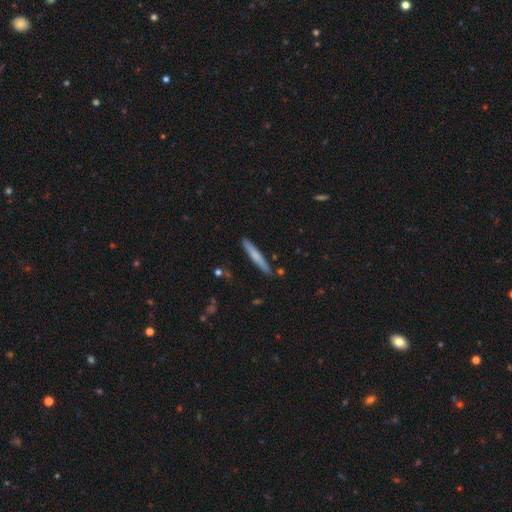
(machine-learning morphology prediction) smooth-or-featured: smooth: 65% | featured or disk: 30% | star or artifact: 6%
  how-rounded: cigar-shaped: 96% | in between: 3% | round: 1%
  merging: none: 88% | minor disturbance: 8% | merger: 2% | major disturbance: 2%